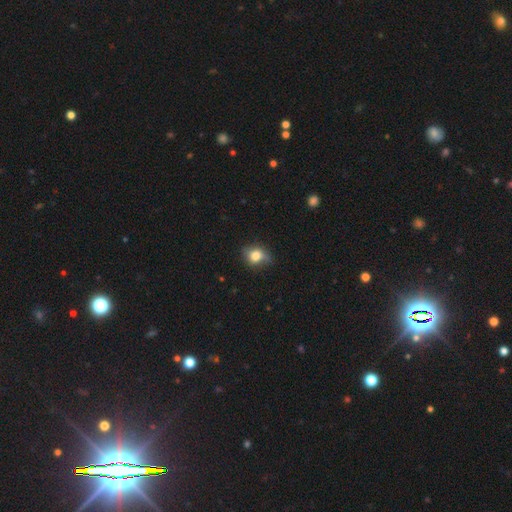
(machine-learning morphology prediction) Smooth or featured?
  - smooth: 75% *
  - featured or disk: 15%
  - star or artifact: 10%
How rounded?
  - in between: 49% * (tied)
  - round: 49% * (tied)
  - cigar-shaped: 2%
Merging?
  - none: 62% *
  - minor disturbance: 30%
  - major disturbance: 7%
  - merger: 2%